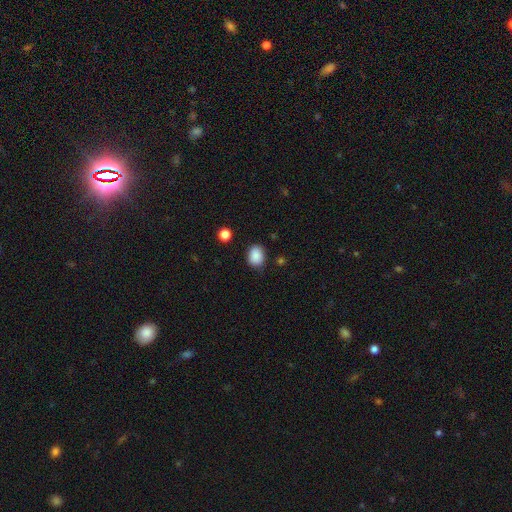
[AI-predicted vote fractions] A smooth galaxy with no disk features (88%) that is in between round and cigar-shaped (56%). Merging: none (80%).